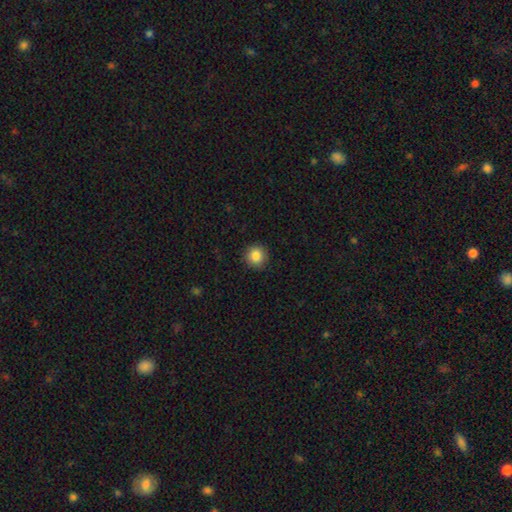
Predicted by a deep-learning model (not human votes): This appears to be a smooth galaxy with no disk features (86%) that is round (94%). Merging: none (91%).